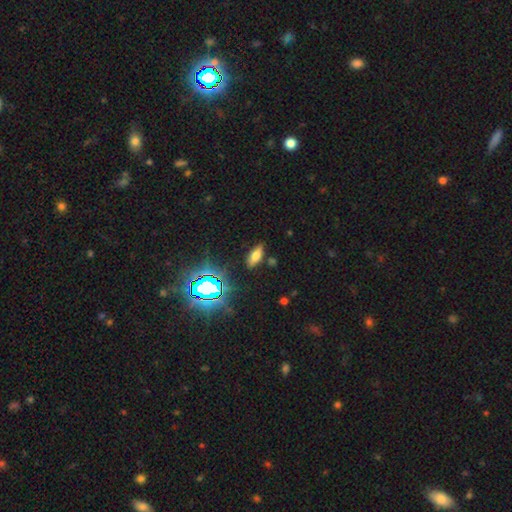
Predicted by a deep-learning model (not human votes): smooth 59%, star or artifact 23%, featured or disk 18%. Down the decision tree: how rounded — in between (75%); merging — none (82%).